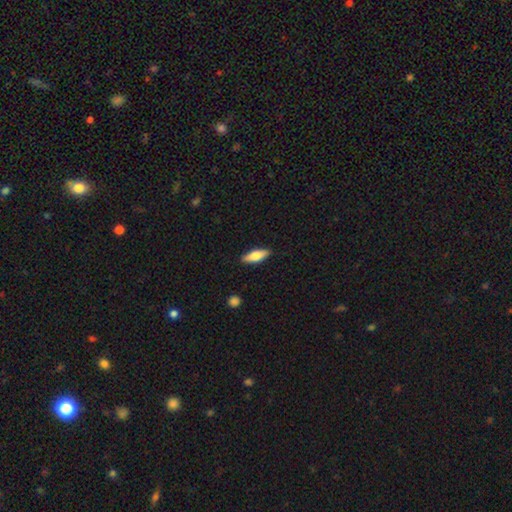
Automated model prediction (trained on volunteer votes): A smooth galaxy with no disk features (69%) that is in between round and cigar-shaped (61%).

Vote fractions:
- Smooth or featured? smooth: 69% / featured or disk: 25% / star or artifact: 6%
- How rounded? in between: 61% / cigar-shaped: 37% / round: 2%
- Merging? none: 89% / minor disturbance: 9% / major disturbance: 2% / merger: 1%